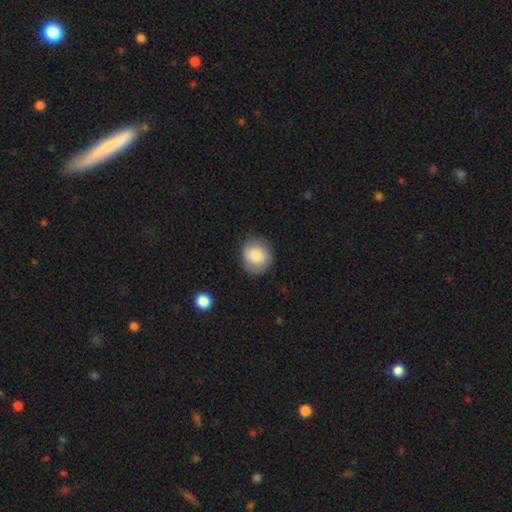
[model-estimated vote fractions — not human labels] Overall: smooth (83%). How rounded: round (84%). Merging: none (82%).